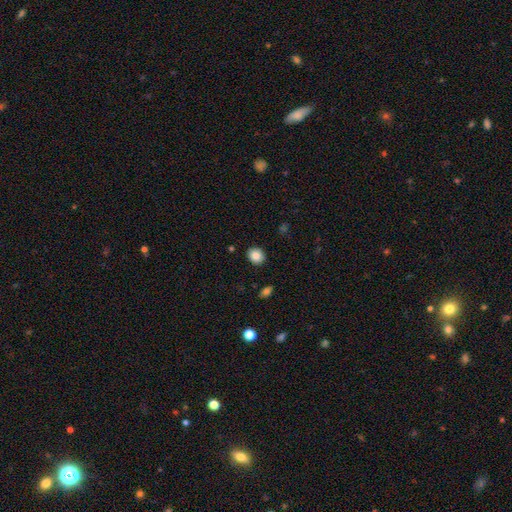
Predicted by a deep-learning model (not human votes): Morphology: type=smooth (87%); roundness=round (65%); merging=none (89%).